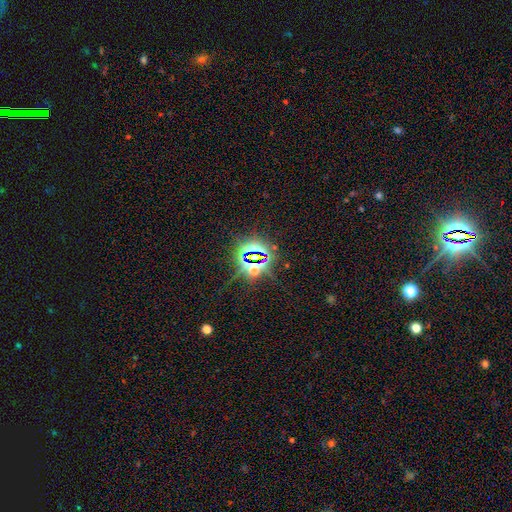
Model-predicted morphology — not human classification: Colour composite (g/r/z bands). It shows a star or artifact, not a galaxy (80%).